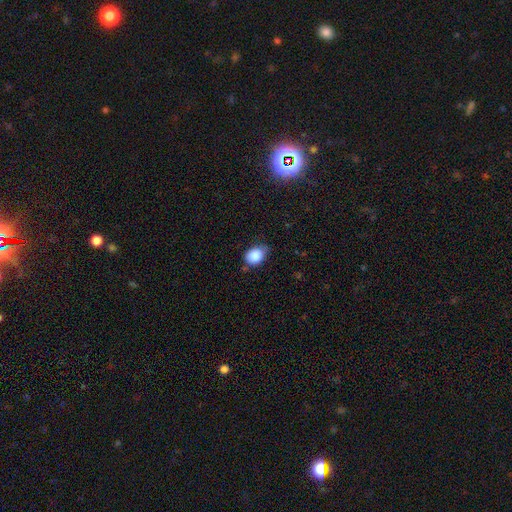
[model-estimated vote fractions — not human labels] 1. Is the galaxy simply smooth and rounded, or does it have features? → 86% smooth, 8% star or artifact, 5% featured or disk.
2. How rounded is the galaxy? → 58% in between, 40% round, 1% cigar-shaped.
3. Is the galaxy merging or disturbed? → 53% none, 37% minor disturbance, 7% major disturbance, 3% merger.